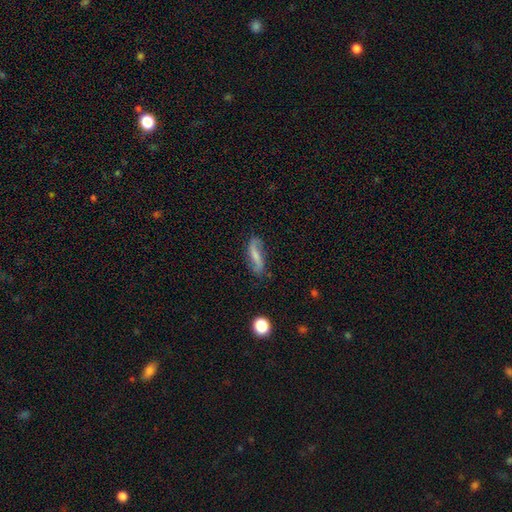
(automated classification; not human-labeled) A featured or disk galaxy (62%) with a weak bar (37%), spiral arms (90%) and a small central bulge (38%).

Vote fractions:
- Smooth or featured? featured or disk: 62% / smooth: 30% / star or artifact: 8%
- Edge-on disk? no: 87% / yes: 13%
- Bar? weak: 37% / strong: 32% / no: 31%
- Spiral arms? yes: 90% / no: 10%
- Bulge size? small: 38% / none: 35% / moderate: 21% / large: 4% / dominant: 2%
- Merging? none: 73% / minor disturbance: 18% / major disturbance: 6% / merger: 3%